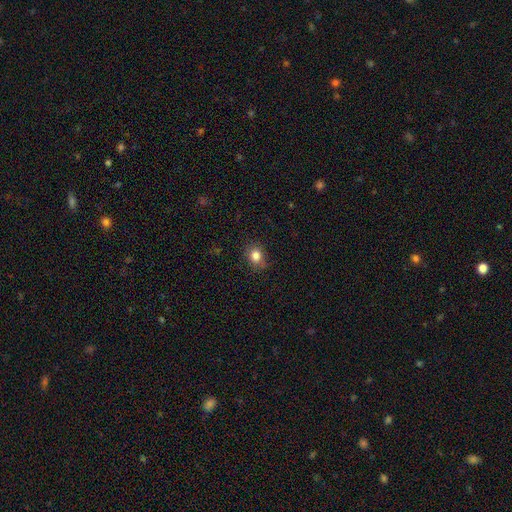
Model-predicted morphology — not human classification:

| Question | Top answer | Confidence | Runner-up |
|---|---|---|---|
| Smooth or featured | smooth | 83% | star or artifact (12%) |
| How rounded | round | 68% | in between (31%) |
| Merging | none | 81% | minor disturbance (14%) |